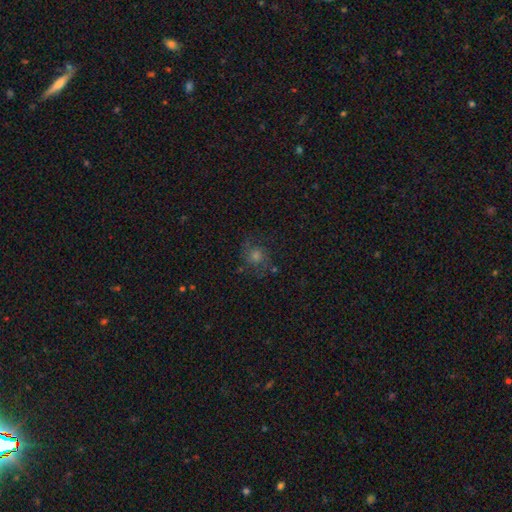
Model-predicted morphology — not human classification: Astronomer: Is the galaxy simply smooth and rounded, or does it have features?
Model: featured or disk — 40% (runner-up: smooth, 34%).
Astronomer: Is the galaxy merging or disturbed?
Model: none — 72%.